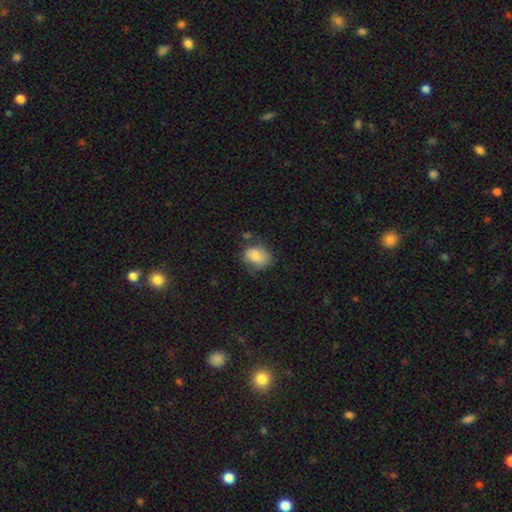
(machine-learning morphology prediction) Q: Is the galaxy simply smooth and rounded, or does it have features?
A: smooth — 78%.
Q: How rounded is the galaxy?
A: in between — 64%.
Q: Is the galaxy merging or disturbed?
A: none — 56%.